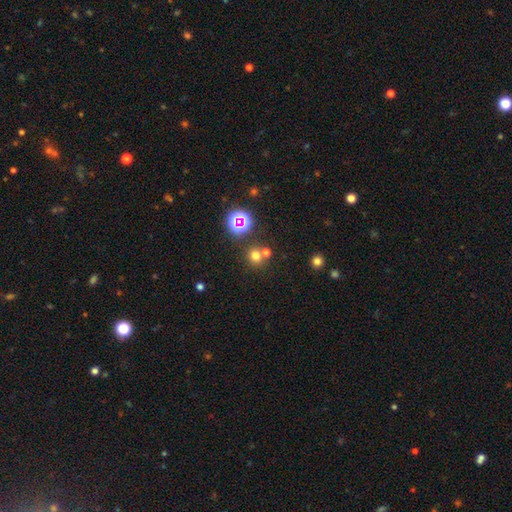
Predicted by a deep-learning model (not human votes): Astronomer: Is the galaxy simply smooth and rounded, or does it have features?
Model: smooth — 67%.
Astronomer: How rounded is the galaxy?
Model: round — 87%.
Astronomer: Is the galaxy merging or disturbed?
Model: none — 64%.